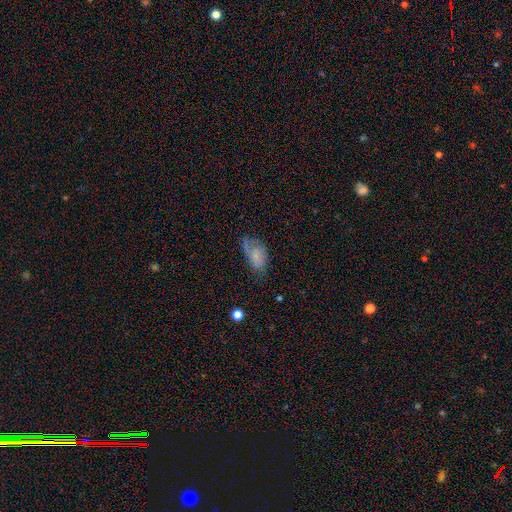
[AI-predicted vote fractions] Smooth or featured: smooth — 54% (featured or disk — 37%)
How rounded: in between — 91% (round — 6%)
Merging: none — 43% (minor disturbance — 33%)